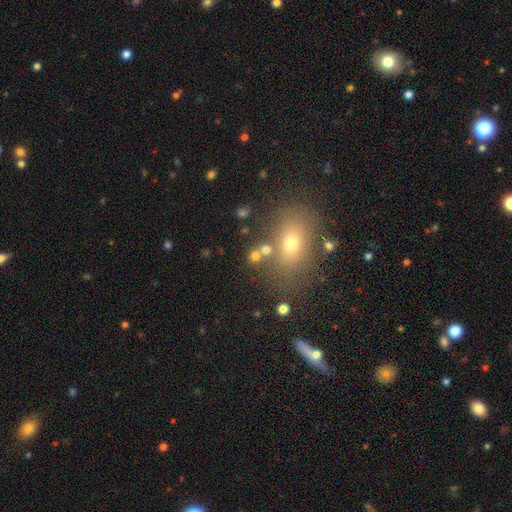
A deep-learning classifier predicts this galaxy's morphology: Smooth or featured: smooth — 69% (star or artifact — 18%)
How rounded: round — 57% (in between — 40%)
Merging: none — 61% (merger — 23%)